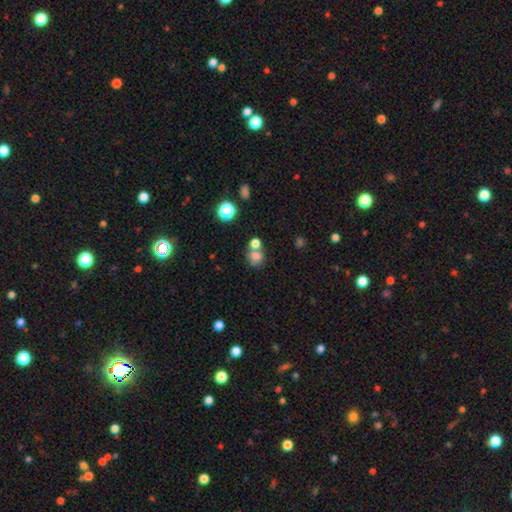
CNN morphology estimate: Smooth or featured? smooth (75%)
How rounded? round (79%)
Merging? none (49%)